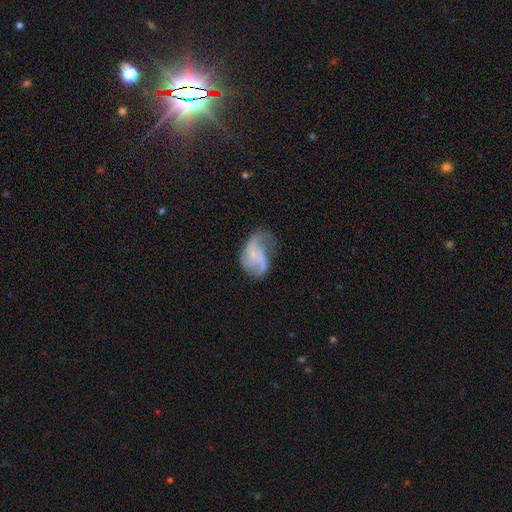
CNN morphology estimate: The model was most divided on "merging": none: 36%, major disturbance: 32%, minor disturbance: 28%, merger: 4%. More confident: edge-on disk — no (98%); spiral arms — yes (85%); smooth or featured — featured or disk (72%); bar — no (64%); bulge size — small (61%); spiral winding — loose (58%); spiral arm count — 2 (55%).